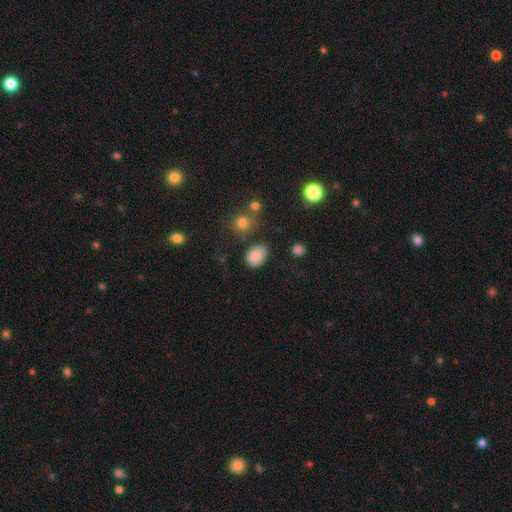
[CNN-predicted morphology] type=smooth (83%); roundness=in between (75%); merging=none (74%).